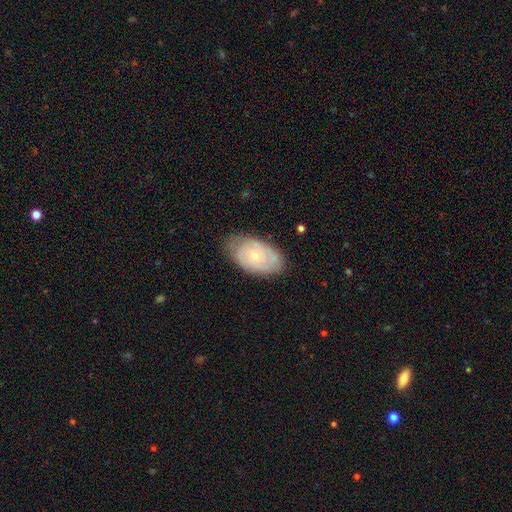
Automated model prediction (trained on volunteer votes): Morphology: type=featured or disk (58%); edge-on=no (94%); bar=no (81%); spiral arms=yes (72%); bulge=small (64%); merging=none (71%).